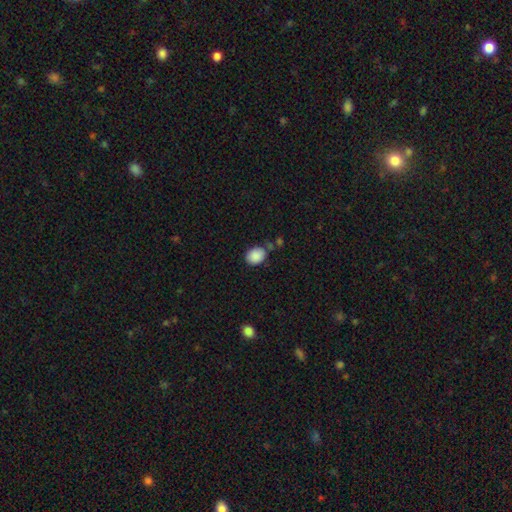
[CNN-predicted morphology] smooth_or_featured: smooth (p=0.89) [alt: star or artifact p=0.08]
how_rounded: in between (p=0.57) [alt: round p=0.42]
merging: none (p=0.70) [alt: minor disturbance p=0.18]